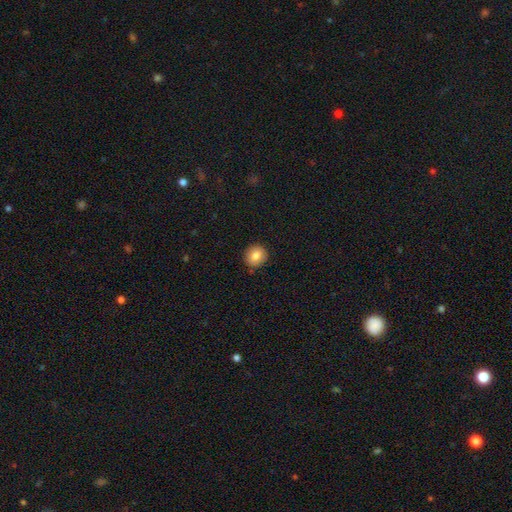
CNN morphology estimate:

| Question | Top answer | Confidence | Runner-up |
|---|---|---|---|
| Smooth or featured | smooth | 83% | star or artifact (9%) |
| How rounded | round | 89% | in between (10%) |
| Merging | none | 89% | minor disturbance (8%) |